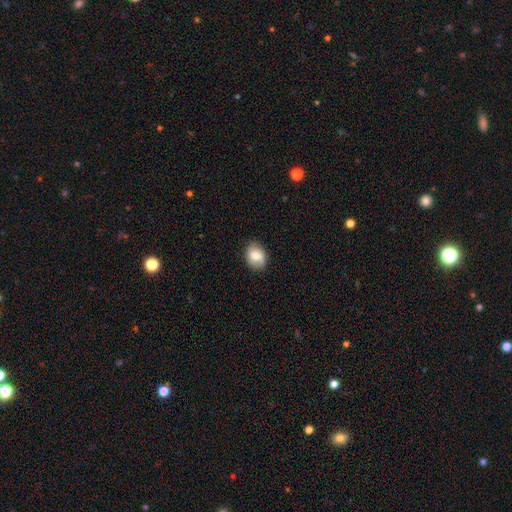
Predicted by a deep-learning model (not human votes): smooth 71%, featured or disk 21%, star or artifact 8%. Down the decision tree: how rounded — in between (62%); merging — none (81%).